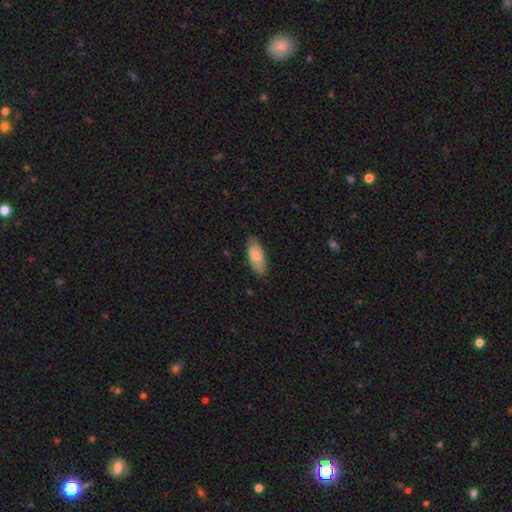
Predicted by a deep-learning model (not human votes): Overall: smooth (76%). How rounded: in between (82%). Merging: none (82%).